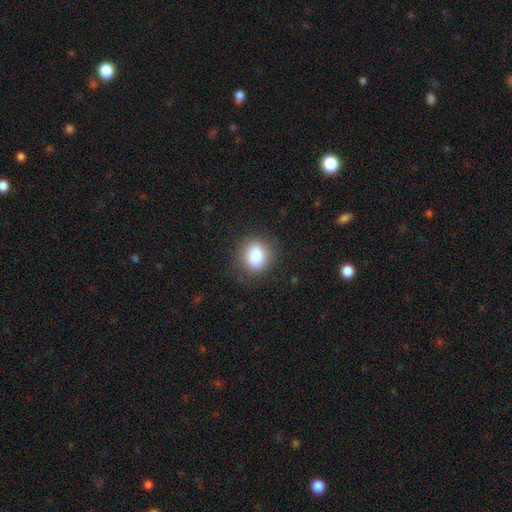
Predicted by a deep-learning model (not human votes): The model was most divided on "how rounded": round: 62%, in between: 37%, cigar-shaped: 1%. More confident: merging — none (85%); smooth or featured — smooth (83%).